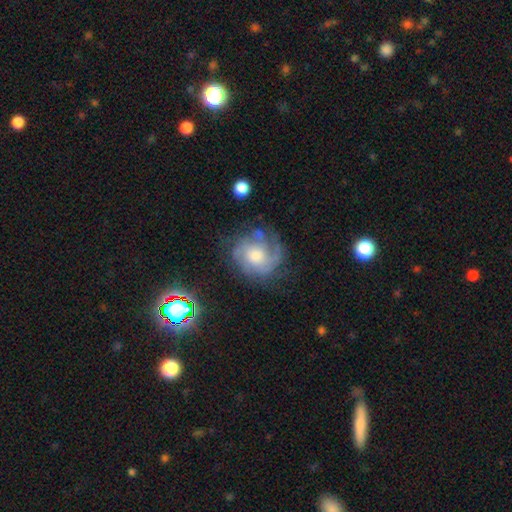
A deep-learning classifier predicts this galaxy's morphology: This appears to be a featured or disk galaxy (76%) with no bar (76%), tight (53%) spiral arms (92%) and a moderate central bulge (58%). Merging: none (67%).